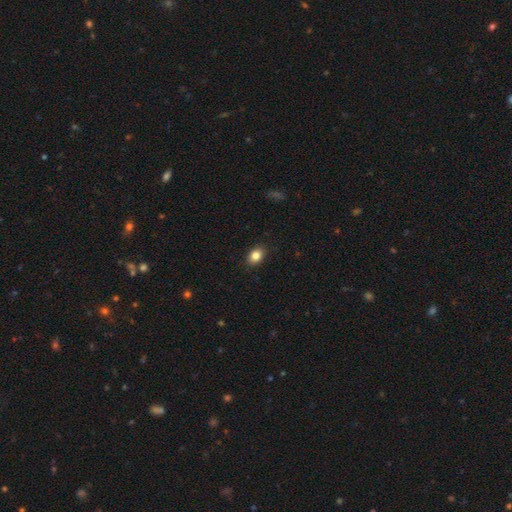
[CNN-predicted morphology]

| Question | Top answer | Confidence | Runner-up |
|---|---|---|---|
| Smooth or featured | smooth | 84% | star or artifact (9%) |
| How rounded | in between | 73% | round (26%) |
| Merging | none | 89% | minor disturbance (8%) |